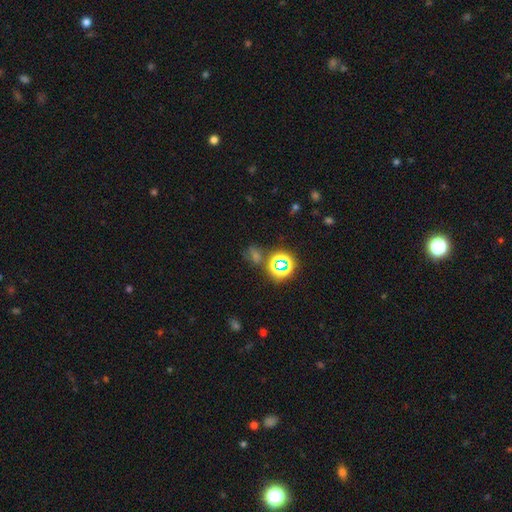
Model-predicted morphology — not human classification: Smooth or featured: star or artifact — 58% (smooth — 31%)